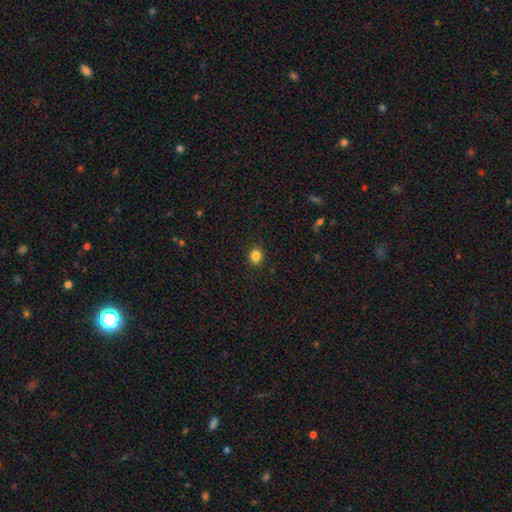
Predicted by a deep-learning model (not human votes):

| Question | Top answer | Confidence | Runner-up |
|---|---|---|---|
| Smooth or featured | smooth | 84% | star or artifact (11%) |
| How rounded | round | 73% | in between (26%) |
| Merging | none | 90% | minor disturbance (7%) |